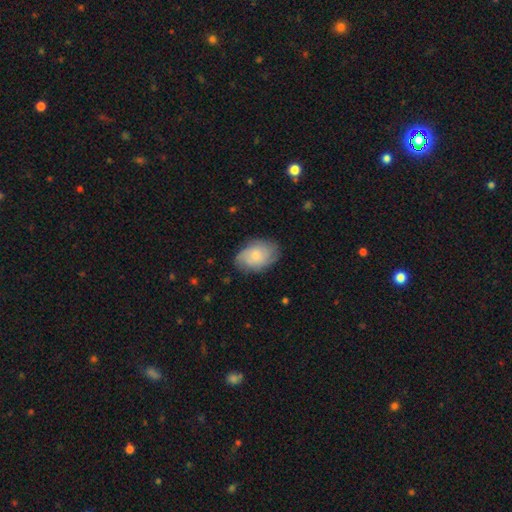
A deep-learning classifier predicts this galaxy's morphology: Smooth or featured? Predicted: smooth (p=0.57). How rounded? Predicted: in between (p=0.84). Merging? Predicted: none (p=0.75).